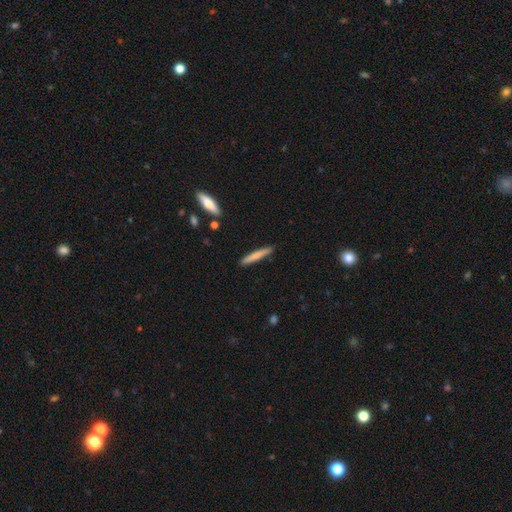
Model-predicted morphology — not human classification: This appears to be a smooth galaxy with no disk features (71%) that is cigar-shaped (95%). Merging: none (89%).